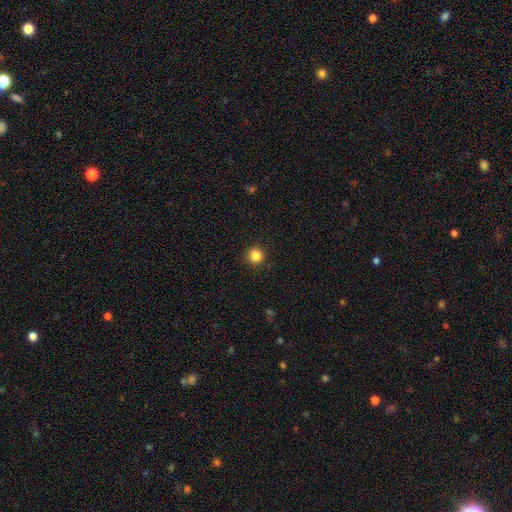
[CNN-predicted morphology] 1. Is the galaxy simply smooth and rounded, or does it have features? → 85% smooth, 11% star or artifact, 4% featured or disk.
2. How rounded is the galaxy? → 94% round, 5% in between, 1% cigar-shaped.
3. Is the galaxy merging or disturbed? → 93% none, 5% minor disturbance, 2% major disturbance, 1% merger.